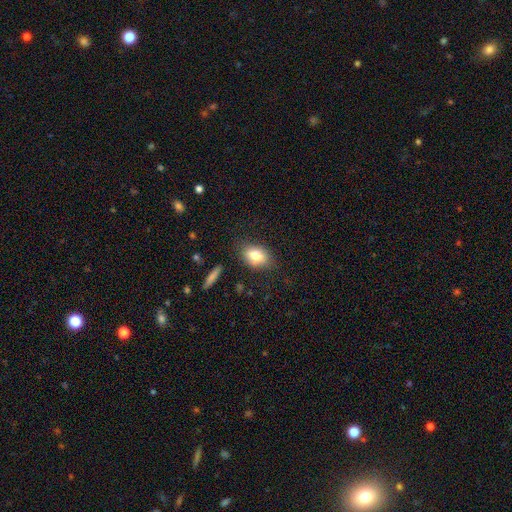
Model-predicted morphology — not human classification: Smooth or featured? Predicted: smooth (p=0.78). How rounded? Predicted: in between (p=0.80). Merging? Predicted: none (p=0.80).